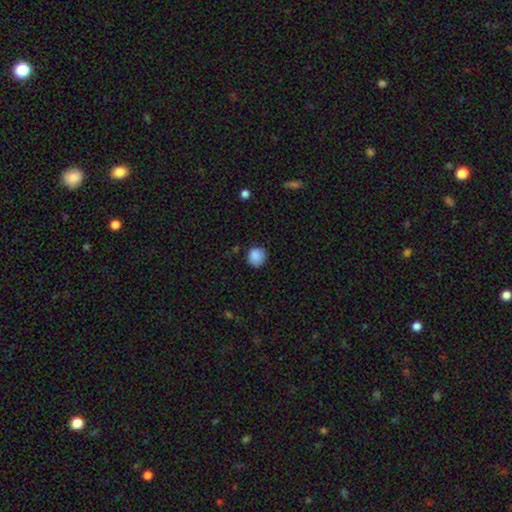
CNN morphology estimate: This is clearly a smooth galaxy (88%). How rounded: clearly round (86%). Merging: clearly none (82%).